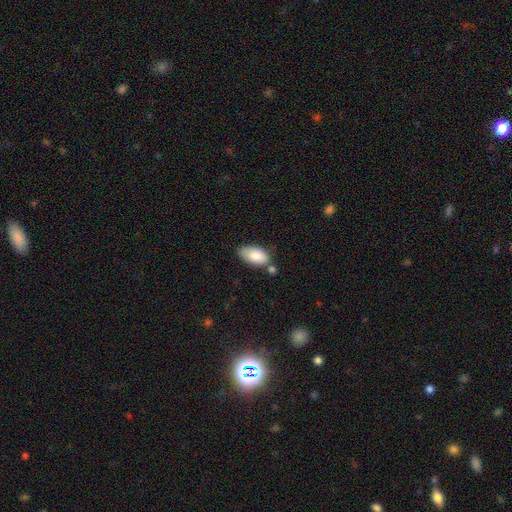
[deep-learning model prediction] This is clearly a smooth galaxy (82%). How rounded: clearly in between (94%). Merging: possibly none (58%).